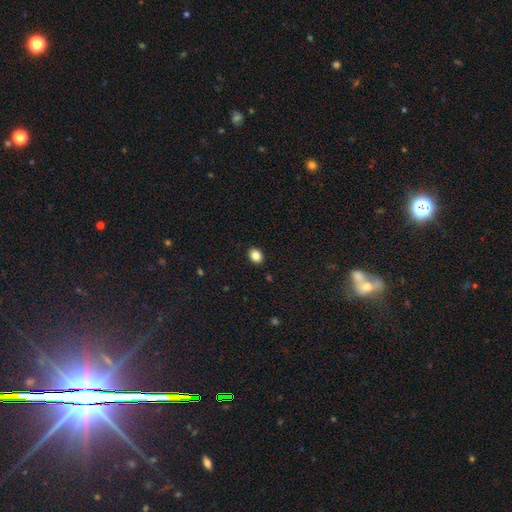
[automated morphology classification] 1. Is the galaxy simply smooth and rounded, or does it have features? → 86% smooth, 10% star or artifact, 4% featured or disk.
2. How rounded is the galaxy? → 57% in between, 43% round, 1% cigar-shaped.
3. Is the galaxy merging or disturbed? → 91% none, 7% minor disturbance, 2% major disturbance, 1% merger.